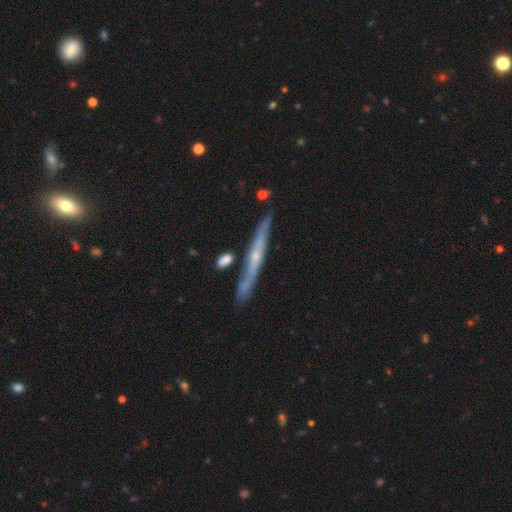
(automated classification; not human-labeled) Q: Smooth or featured?
A: featured or disk (72%); runner-up: smooth (22%)
Q: Edge-on disk?
A: yes (92%); runner-up: no (8%)
Q: Edge-on bulge?
A: rounded (59%); runner-up: none (37%)
Q: Merging?
A: none (78%); runner-up: minor disturbance (14%)